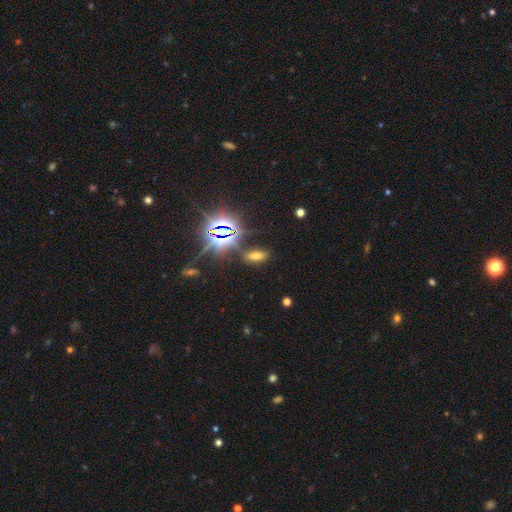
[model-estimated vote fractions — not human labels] Morphology: type=star or artifact (44%, tied with smooth).